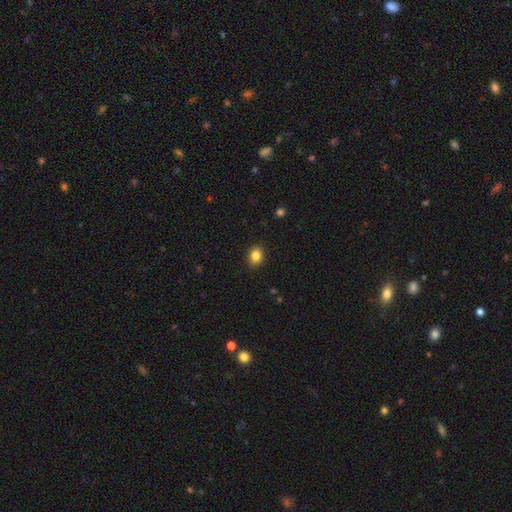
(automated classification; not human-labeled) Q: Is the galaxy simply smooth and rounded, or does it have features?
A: smooth — 85%.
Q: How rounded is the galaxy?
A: in between — 54%.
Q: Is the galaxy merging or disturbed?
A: none — 89%.